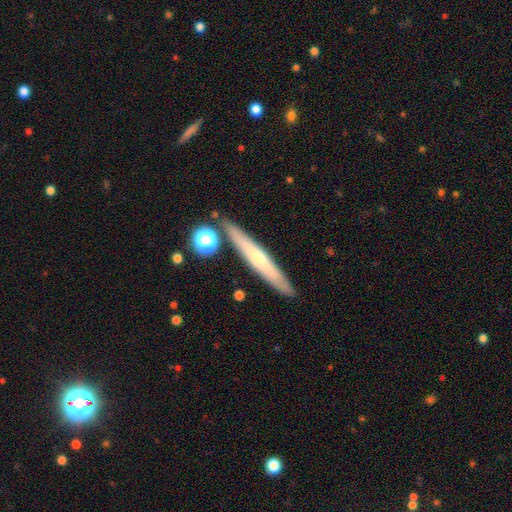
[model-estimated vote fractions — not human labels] Smooth or featured? featured or disk (55%)
Edge-on disk? yes (90%)
Edge-on bulge? rounded (61%)
Merging? none (84%)